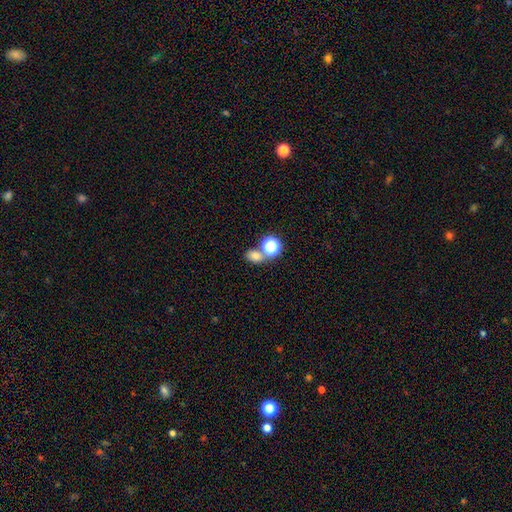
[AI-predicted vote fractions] The model was most divided on "how rounded": in between: 55%, round: 43%, cigar-shaped: 1%. More confident: smooth or featured — smooth (73%); merging — none (57%).